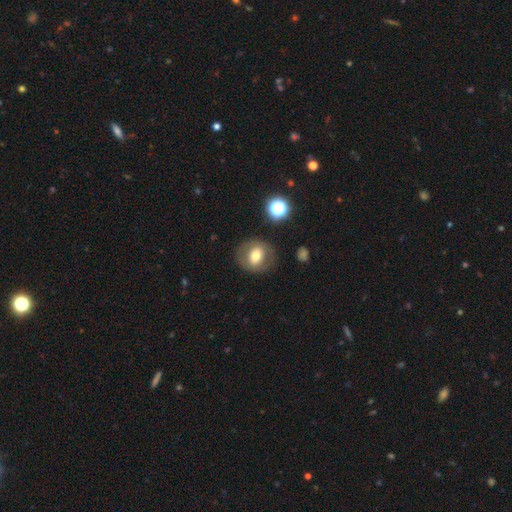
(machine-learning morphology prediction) The model was most divided on "smooth or featured": smooth: 60%, featured or disk: 30%, star or artifact: 10%. More confident: merging — none (81%); how rounded — round (68%).